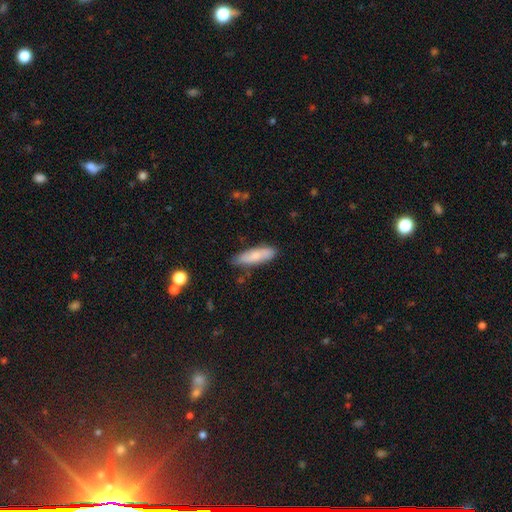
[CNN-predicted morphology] This is likely a smooth galaxy (75%). How rounded: possibly cigar-shaped (56%). Merging: likely none (78%).